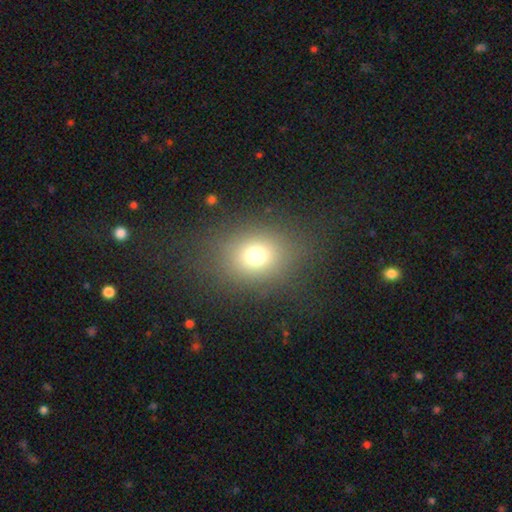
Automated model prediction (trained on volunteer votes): A smooth galaxy with no disk features (71%) that is round (59%). Merging: none (81%).